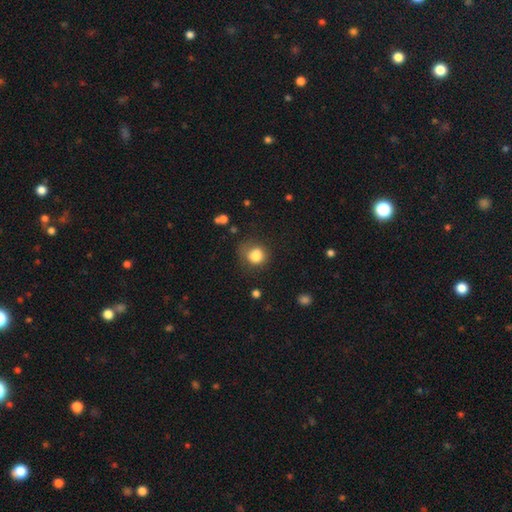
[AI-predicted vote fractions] smooth-or-featured: smooth: 82% | star or artifact: 10% | featured or disk: 8%
  how-rounded: round: 72% | in between: 27% | cigar-shaped: 1%
  merging: none: 51% | minor disturbance: 27% | major disturbance: 16% | merger: 5%